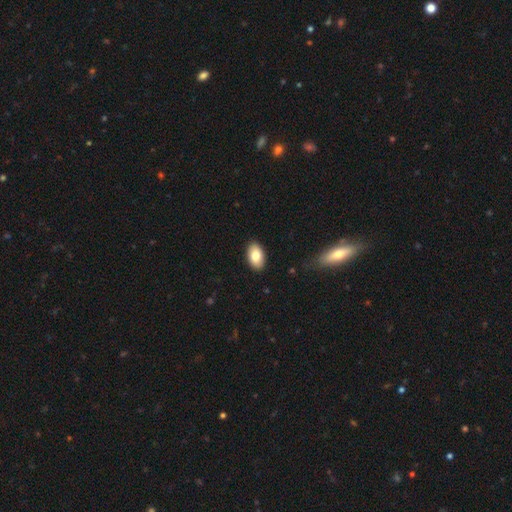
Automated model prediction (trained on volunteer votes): Q: Smooth or featured?
A: smooth (82%); runner-up: featured or disk (11%)
Q: How rounded?
A: in between (94%); runner-up: round (5%)
Q: Merging?
A: none (89%); runner-up: minor disturbance (8%)